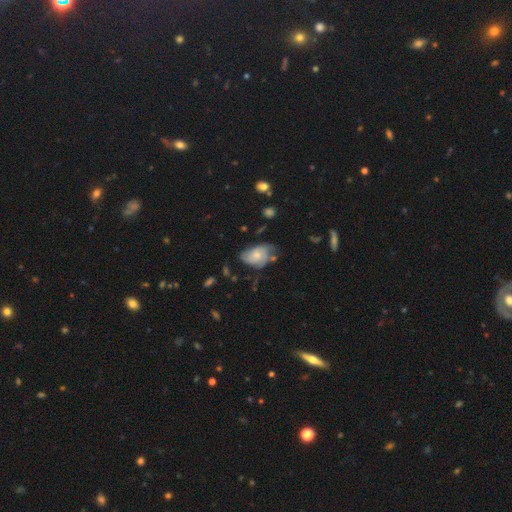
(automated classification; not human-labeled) A featured or disk galaxy (49%).

Vote fractions:
- Smooth or featured? featured or disk: 49% / smooth: 43% / star or artifact: 8%
- Merging? none: 42% / minor disturbance: 35% / major disturbance: 18% / merger: 5%